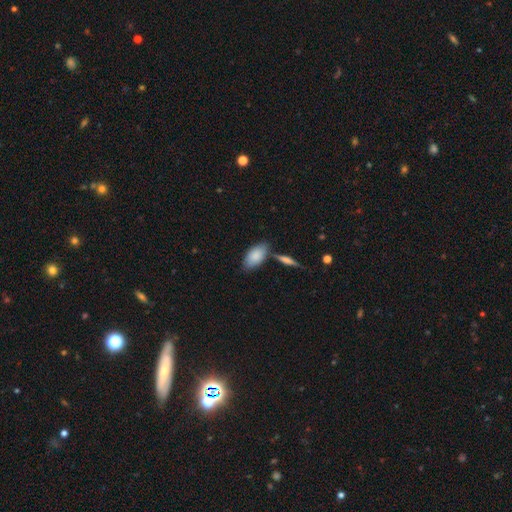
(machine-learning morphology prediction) This is clearly a smooth galaxy (84%). How rounded: clearly in between (92%). Merging: likely none (65%).